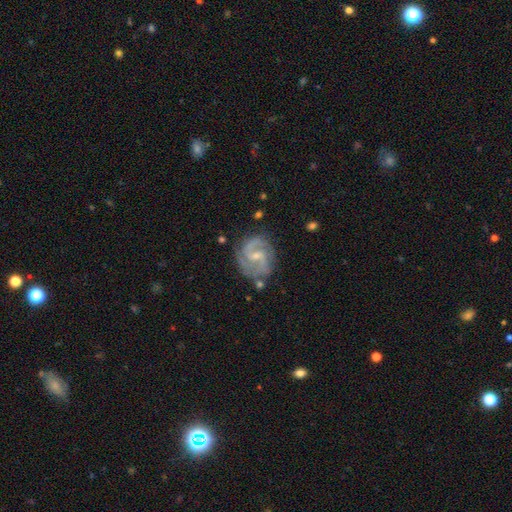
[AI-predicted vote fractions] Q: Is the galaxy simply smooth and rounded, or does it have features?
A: featured or disk — 89%.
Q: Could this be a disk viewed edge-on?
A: no — 98%.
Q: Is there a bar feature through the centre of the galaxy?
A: weak — 57%.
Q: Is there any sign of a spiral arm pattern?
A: yes — 97%.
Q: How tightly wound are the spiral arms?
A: medium — 52%.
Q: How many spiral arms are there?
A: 2 — 70%.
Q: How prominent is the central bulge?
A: small — 65%.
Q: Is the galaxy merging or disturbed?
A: none — 72%.